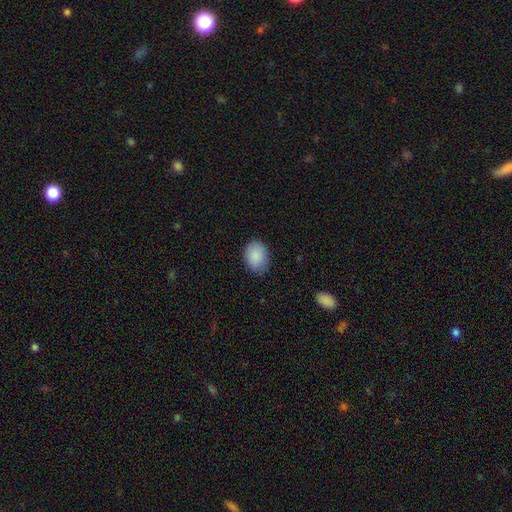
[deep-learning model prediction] This is clearly a smooth galaxy (89%). How rounded: likely in between (70%). Merging: clearly none (81%).